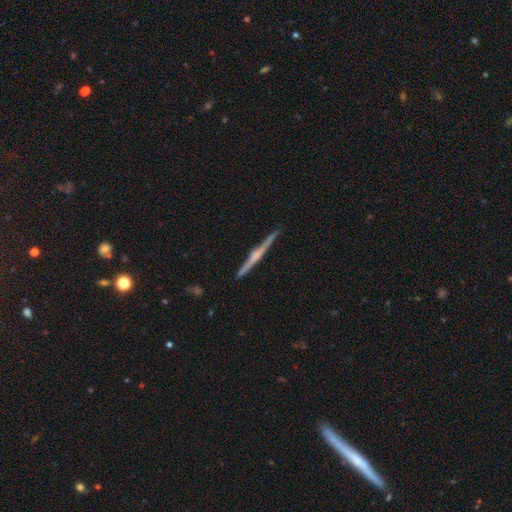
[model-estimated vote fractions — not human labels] The model was most divided on "edge-on bulge": rounded: 70%, boxy: 15%, none: 15%. More confident: edge-on disk — yes (98%); merging — none (91%); smooth or featured — featured or disk (80%).